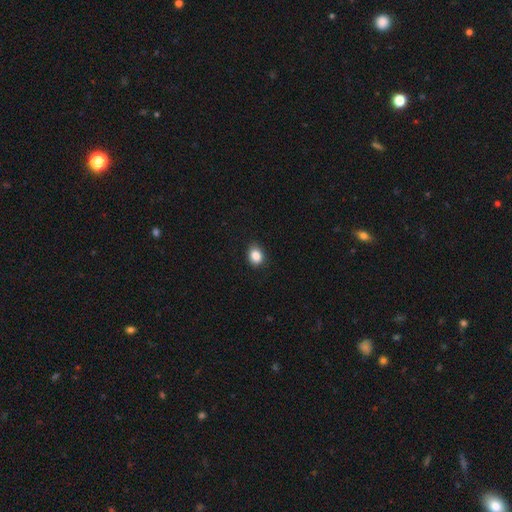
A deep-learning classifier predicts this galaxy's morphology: This appears to be a smooth galaxy with no disk features (87%) that is in between round and cigar-shaped (56%). Merging: none (84%).